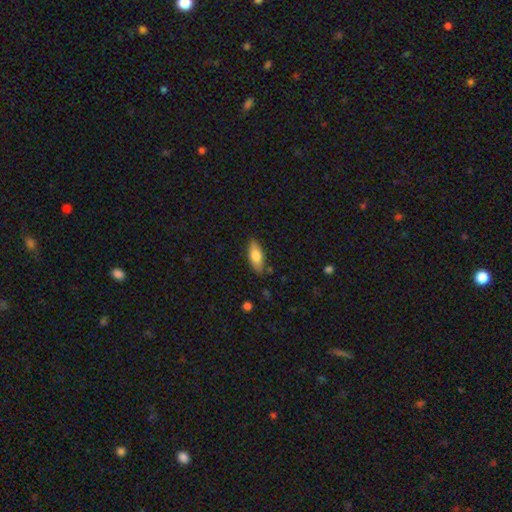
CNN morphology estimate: type=smooth (75%); roundness=in between (81%); merging=none (81%).